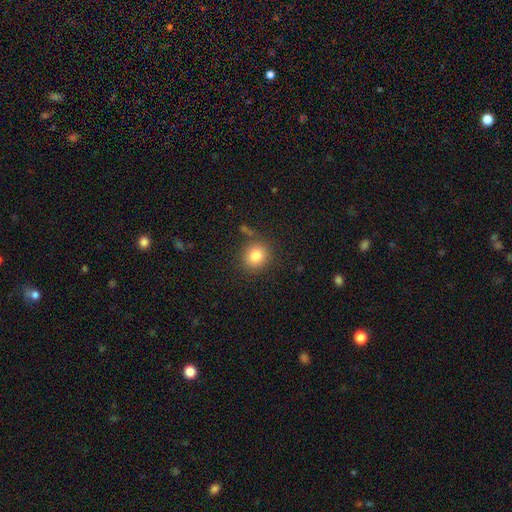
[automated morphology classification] This appears to be a smooth galaxy with no disk features (83%) that is round (87%). Merging: none (81%).